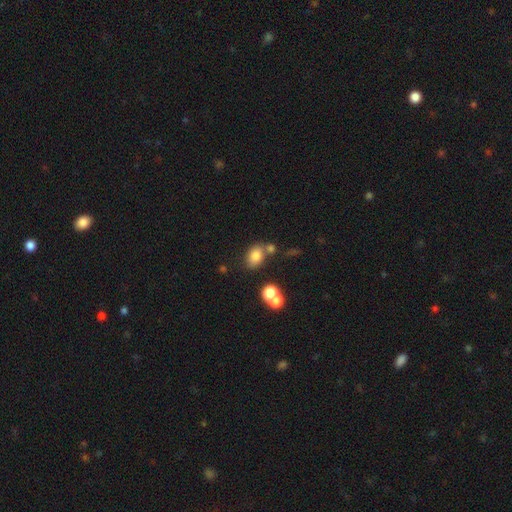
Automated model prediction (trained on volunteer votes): smooth 78%, star or artifact 12%, featured or disk 10%. Down the decision tree: how rounded — in between (74%); merging — none (60%).